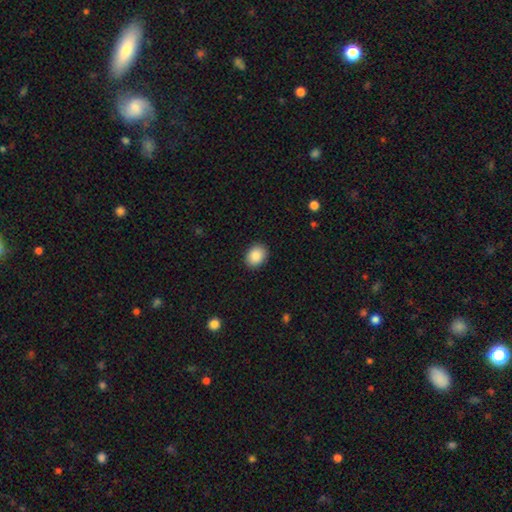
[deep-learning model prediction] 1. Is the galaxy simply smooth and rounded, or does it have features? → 89% smooth, 8% star or artifact, 4% featured or disk.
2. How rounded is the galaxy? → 58% in between, 41% round, 1% cigar-shaped.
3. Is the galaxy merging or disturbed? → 89% none, 8% minor disturbance, 2% major disturbance, 1% merger.